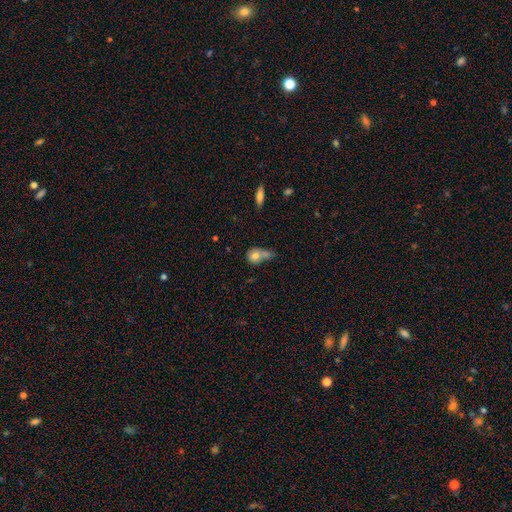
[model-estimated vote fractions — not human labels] smooth-or-featured: smooth: 74% | featured or disk: 17% | star or artifact: 9%
  how-rounded: round: 51% | in between: 46% | cigar-shaped: 3%
  merging: merger: 38% | none: 27% | minor disturbance: 20% | major disturbance: 15%